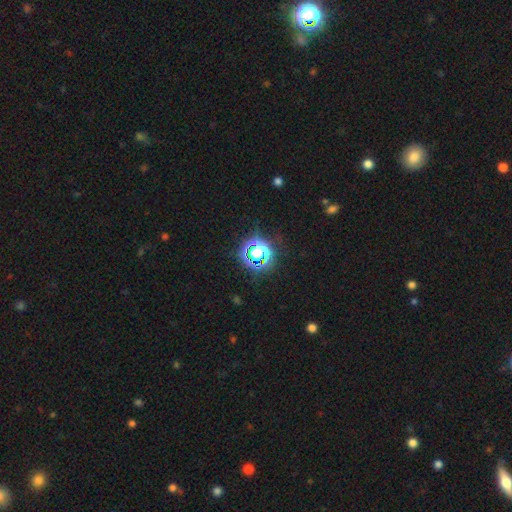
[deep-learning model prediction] This appears to be a star or artifact, not a galaxy (61%).